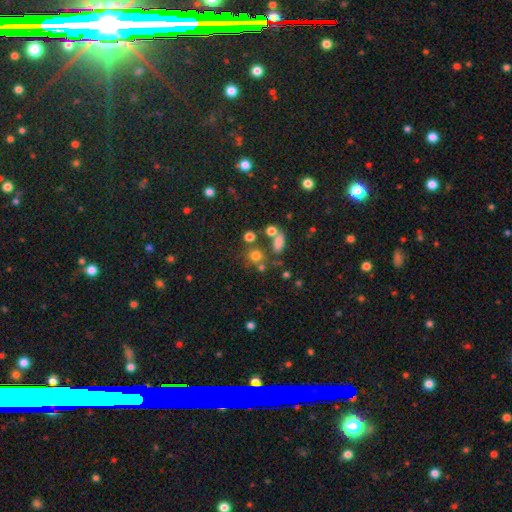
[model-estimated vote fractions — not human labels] Overall: smooth (72%). How rounded: round (83%). Merging: none (64%).